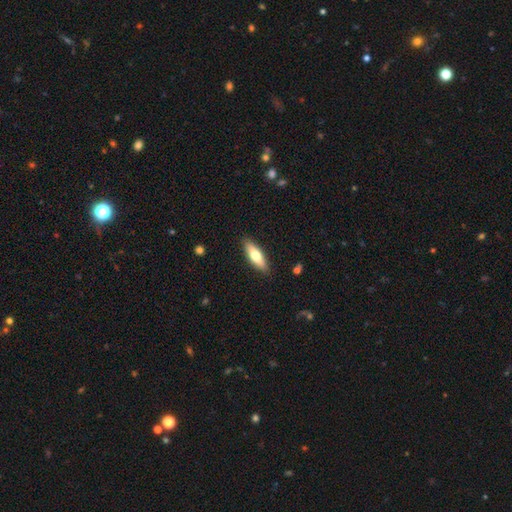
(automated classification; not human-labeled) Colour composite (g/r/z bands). It shows a smooth galaxy with no disk features (63%) that is in between round and cigar-shaped (50%). Merging: none (89%).